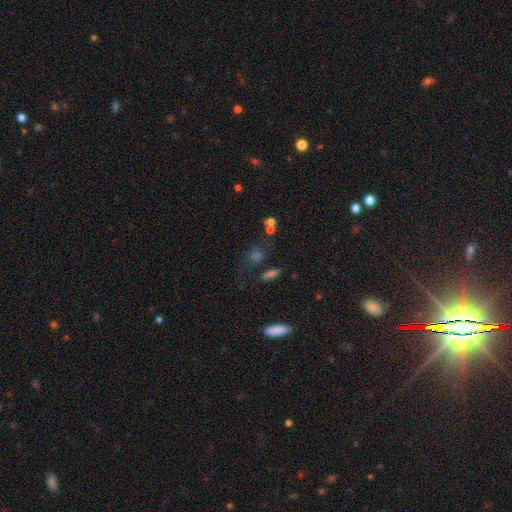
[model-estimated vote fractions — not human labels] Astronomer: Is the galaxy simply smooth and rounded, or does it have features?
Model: smooth — 49% (runner-up: star or artifact, 31%).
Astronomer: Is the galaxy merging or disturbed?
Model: none — 58%.